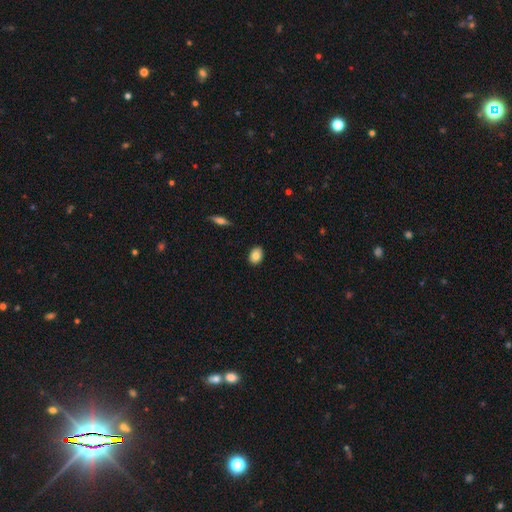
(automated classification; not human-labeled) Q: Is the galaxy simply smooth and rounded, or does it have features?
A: smooth — 82%.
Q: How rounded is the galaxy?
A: in between — 71%.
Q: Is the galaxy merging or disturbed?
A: none — 89%.